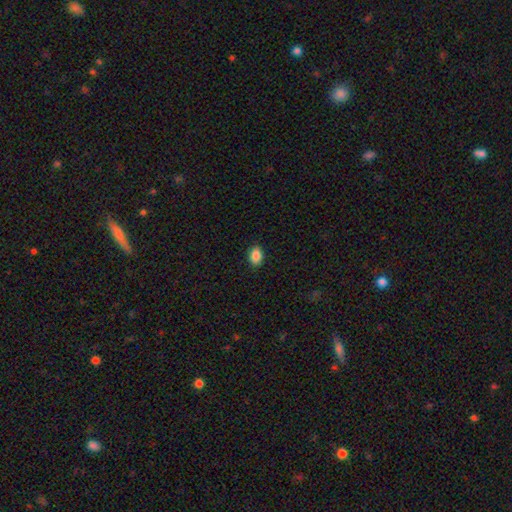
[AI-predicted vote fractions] The model was most divided on "how rounded": in between: 81%, round: 17%, cigar-shaped: 1%. More confident: merging — none (89%); smooth or featured — smooth (87%).